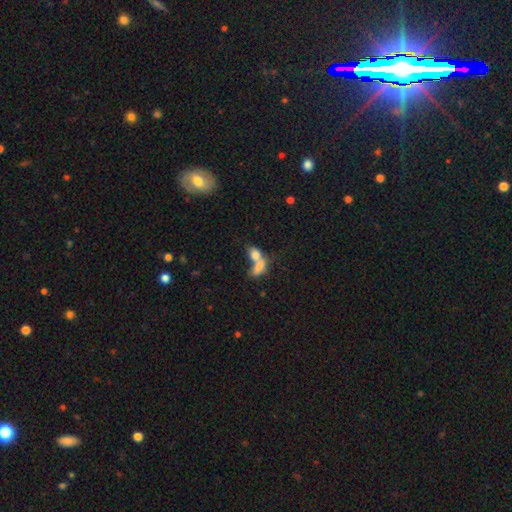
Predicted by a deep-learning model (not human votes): Smooth or featured? smooth (73%)
How rounded? in between (78%)
Merging? merger (71%)